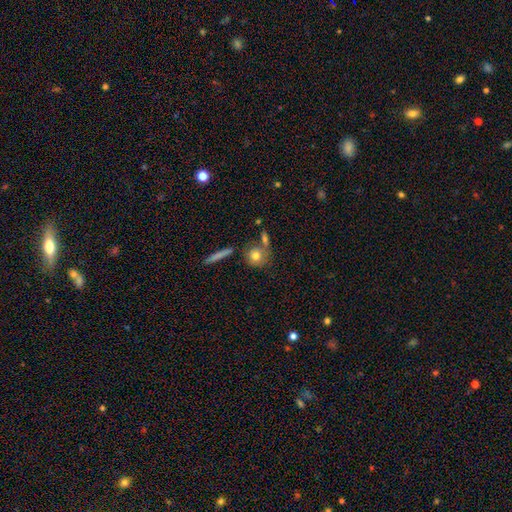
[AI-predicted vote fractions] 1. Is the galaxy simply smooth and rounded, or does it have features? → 74% smooth, 17% featured or disk, 9% star or artifact.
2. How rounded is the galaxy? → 79% round, 16% in between, 4% cigar-shaped.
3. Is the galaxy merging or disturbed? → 63% none, 19% merger, 13% minor disturbance, 5% major disturbance.